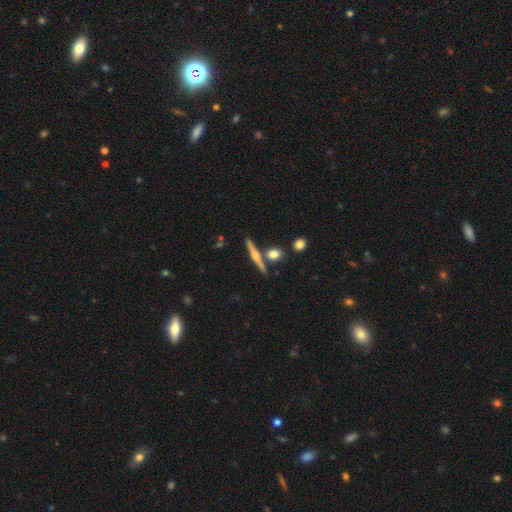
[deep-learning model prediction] Morphology: type=featured or disk (69%); edge-on=yes (97%); edge-on bulge=rounded (87%); merging=none (79%).